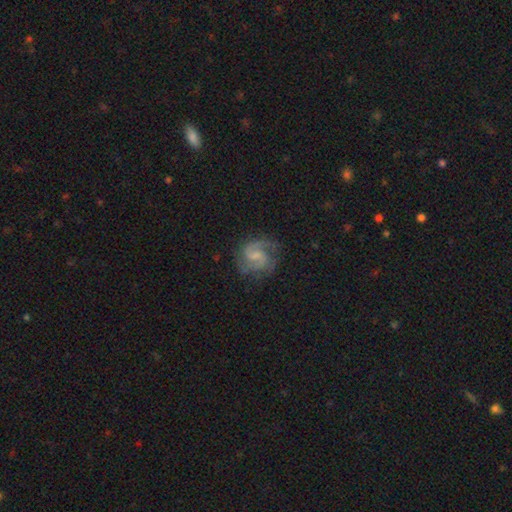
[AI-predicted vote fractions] smooth_or_featured: featured or disk (p=0.83) [alt: smooth p=0.11]
disk_edge_on: no (p=0.98) [alt: yes p=0.02]
bar: weak (p=0.58) [alt: no p=0.29]
has_spiral_arms: yes (p=0.96) [alt: no p=0.04]
spiral_winding: medium (p=0.56) [alt: tight p=0.25]
spiral_arm_count: 2 (p=0.84) [alt: can't tell p=0.06]
bulge_size: small (p=0.39) [alt: none p=0.33]
merging: none (p=0.72) [alt: minor disturbance p=0.18]